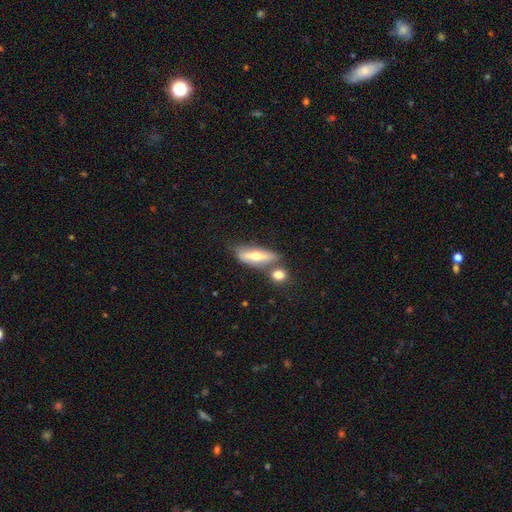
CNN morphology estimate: Smooth or featured?
  - featured or disk: 48% *
  - smooth: 45%
  - star or artifact: 7%
Merging?
  - none: 58% *
  - merger: 19%
  - minor disturbance: 16%
  - major disturbance: 6%